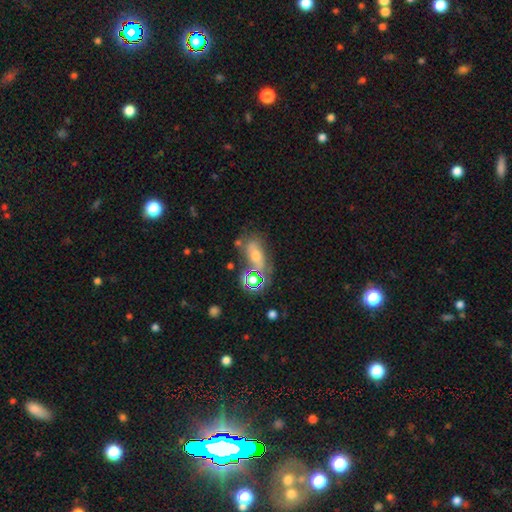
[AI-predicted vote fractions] This appears to be a smooth galaxy with no disk features (42%). Merging: none (50%).